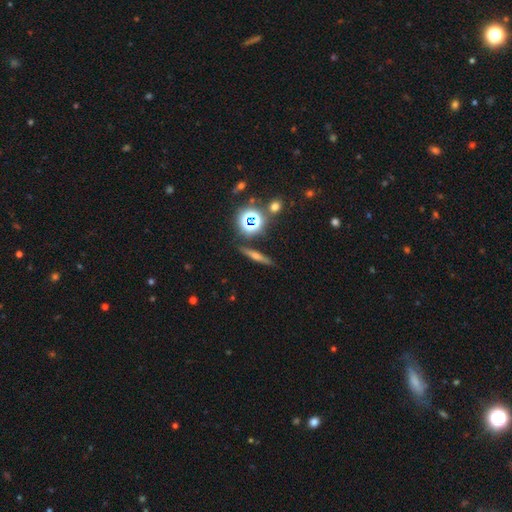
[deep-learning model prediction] smooth-or-featured: featured or disk: 46% | smooth: 30% | star or artifact: 24%
  merging: none: 88% | minor disturbance: 7% | merger: 3% | major disturbance: 2%